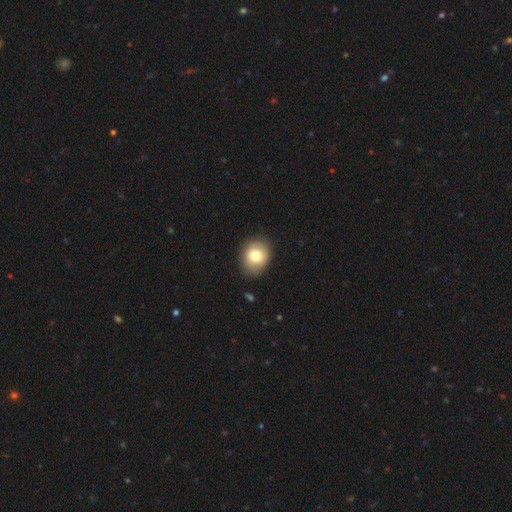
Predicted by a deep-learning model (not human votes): A smooth galaxy with no disk features (77%) that is round (54%).

Vote fractions:
- Smooth or featured? smooth: 77% / featured or disk: 15% / star or artifact: 8%
- How rounded? round: 54% / in between: 45% / cigar-shaped: 1%
- Merging? none: 82% / minor disturbance: 14% / major disturbance: 3% / merger: 1%